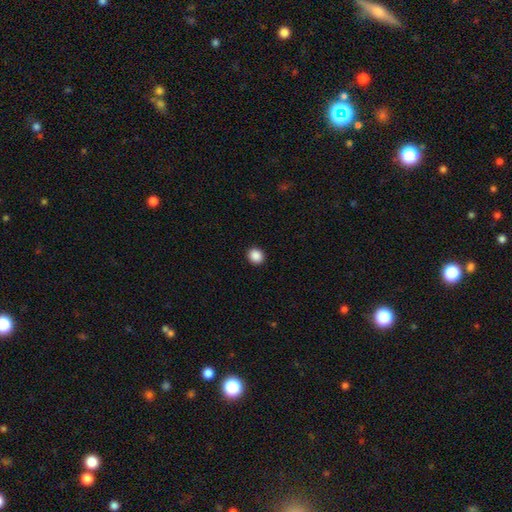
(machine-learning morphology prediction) Smooth or featured? Predicted: smooth (p=0.88). How rounded? Predicted: round (p=0.80). Merging? Predicted: none (p=0.93).